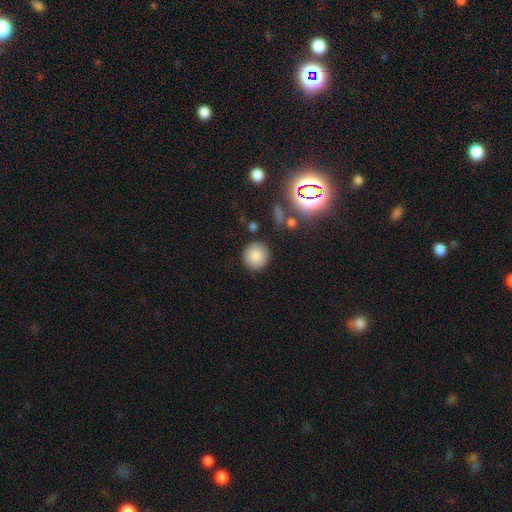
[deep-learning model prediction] Smooth or featured?
  - smooth: 83% *
  - star or artifact: 10%
  - featured or disk: 6%
How rounded?
  - round: 93% *
  - in between: 6%
  - cigar-shaped: 1%
Merging?
  - none: 87% *
  - minor disturbance: 8%
  - major disturbance: 3%
  - merger: 2%